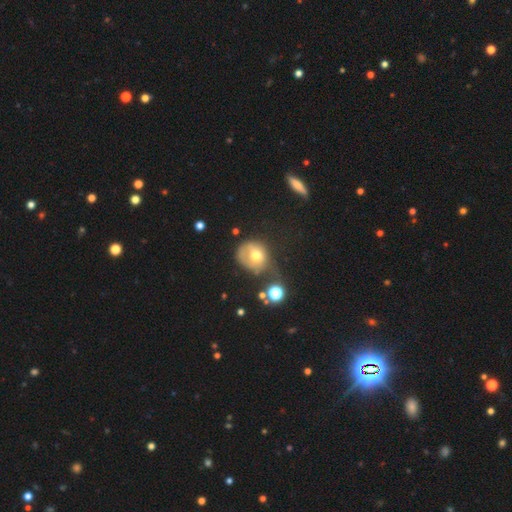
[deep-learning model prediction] smooth-or-featured: smooth: 60% | featured or disk: 29% | star or artifact: 11%
  how-rounded: round: 70% | in between: 29% | cigar-shaped: 1%
  merging: none: 31% | major disturbance: 30% | minor disturbance: 29% | merger: 10%